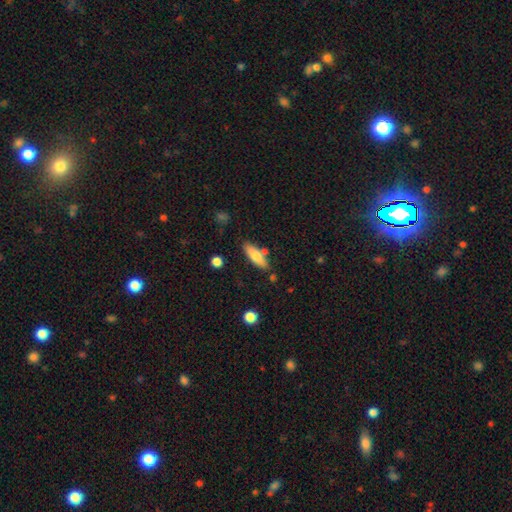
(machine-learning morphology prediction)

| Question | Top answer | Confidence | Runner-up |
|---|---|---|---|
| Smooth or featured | smooth | 75% | featured or disk (18%) |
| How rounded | in between | 50% | cigar-shaped (48%) |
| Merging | none | 77% | minor disturbance (13%) |